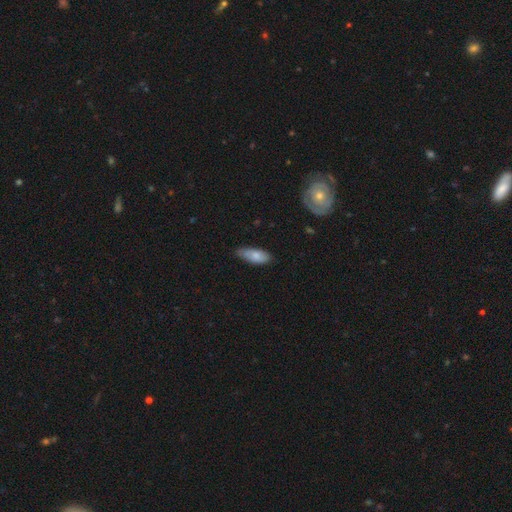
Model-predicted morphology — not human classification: Smooth or featured: smooth — 77% (featured or disk — 17%)
How rounded: in between — 79% (cigar-shaped — 19%)
Merging: none — 65% (minor disturbance — 29%)